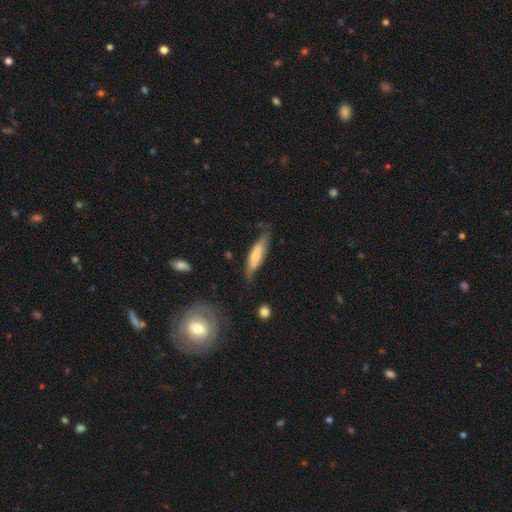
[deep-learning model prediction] smooth_or_featured: smooth (p=0.53) [alt: featured or disk p=0.42]
how_rounded: cigar-shaped (p=0.68) [alt: in between p=0.30]
merging: none (p=0.67) [alt: minor disturbance p=0.25]